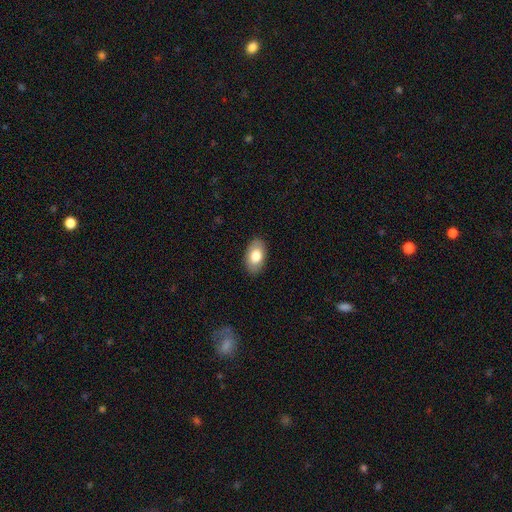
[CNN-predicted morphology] Overall: smooth (78%). How rounded: in between (93%). Merging: none (87%).